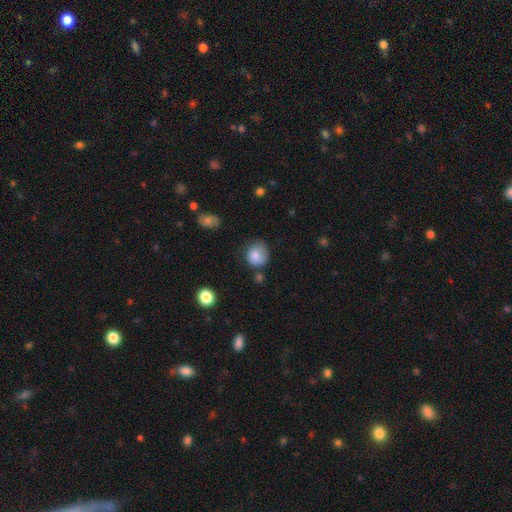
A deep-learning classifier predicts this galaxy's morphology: This is clearly a smooth galaxy (83%). How rounded: likely round (76%). Merging: possibly none (56%).